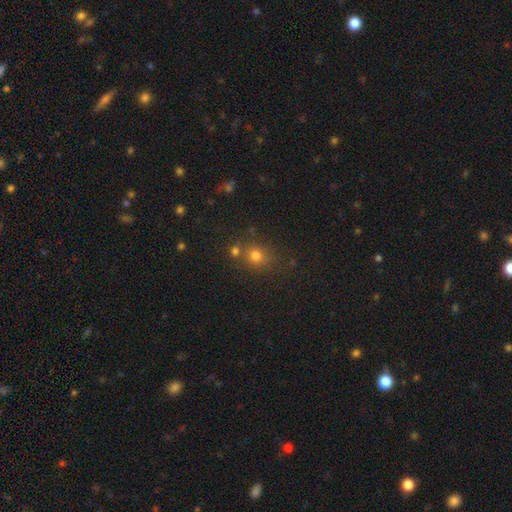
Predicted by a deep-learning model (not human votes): Q: Smooth or featured?
A: smooth (72%); runner-up: star or artifact (19%)
Q: How rounded?
A: round (77%); runner-up: in between (21%)
Q: Merging?
A: none (64%); runner-up: merger (21%)